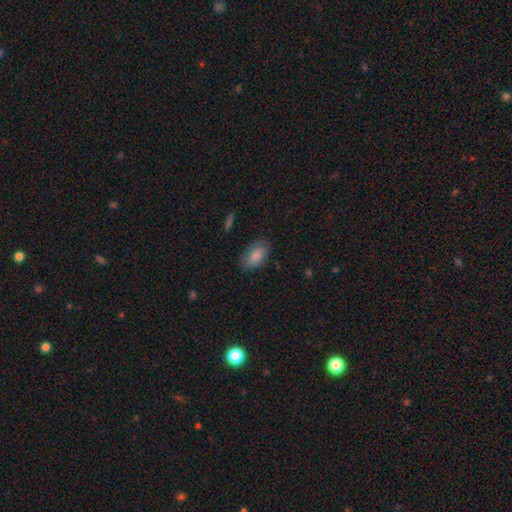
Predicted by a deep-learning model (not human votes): Overall: smooth (83%). How rounded: in between (92%). Merging: none (77%).